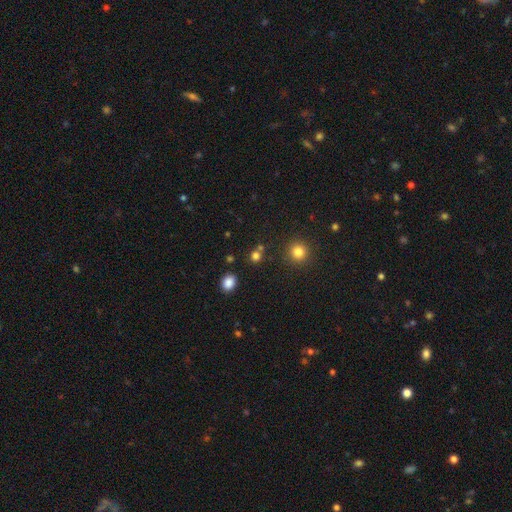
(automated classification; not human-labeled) A smooth galaxy with no disk features (77%) that is round (84%). Merging: none (73%).